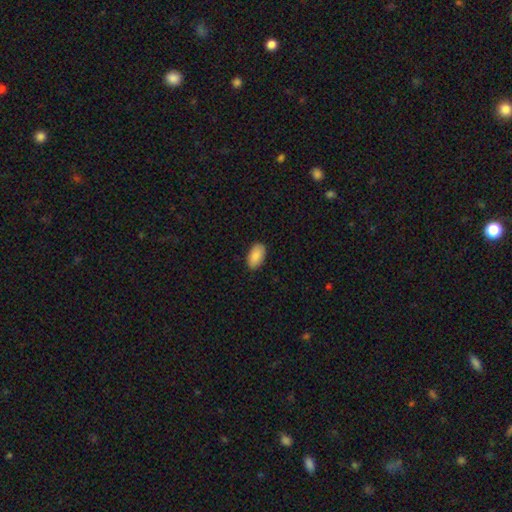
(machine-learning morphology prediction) Smooth or featured? Predicted: smooth (p=0.89). How rounded? Predicted: in between (p=0.95). Merging? Predicted: none (p=0.88).